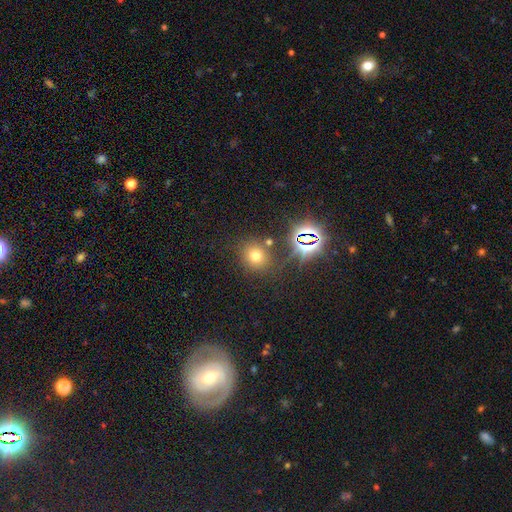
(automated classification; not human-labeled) This appears to be a smooth galaxy with no disk features (64%) that is round (85%). Merging: none (78%).